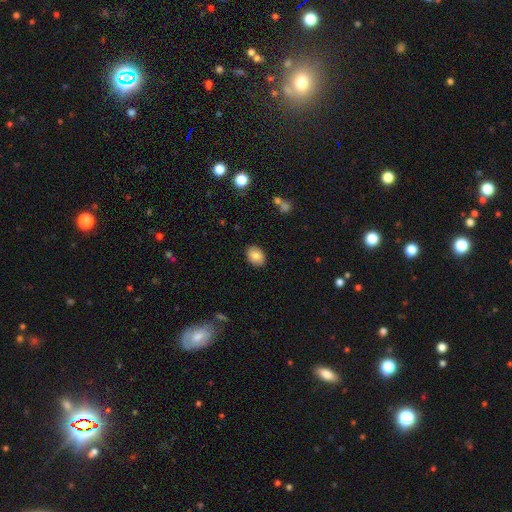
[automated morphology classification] smooth-or-featured: smooth: 81% | featured or disk: 11% | star or artifact: 8%
  how-rounded: in between: 77% | round: 21% | cigar-shaped: 1%
  merging: none: 88% | minor disturbance: 9% | major disturbance: 2% | merger: 1%